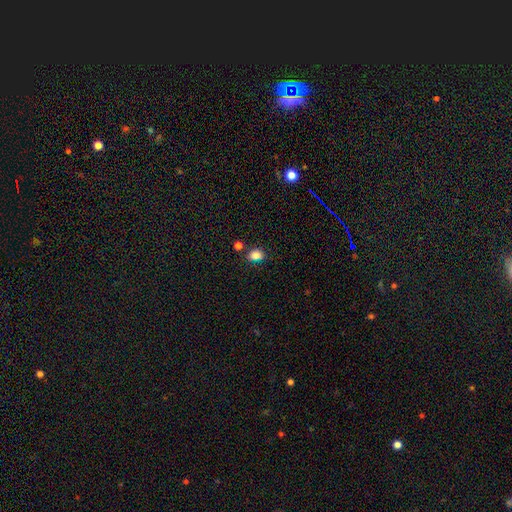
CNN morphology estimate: A smooth galaxy with no disk features (82%) that is in between round and cigar-shaped (57%). Merging: none (72%).